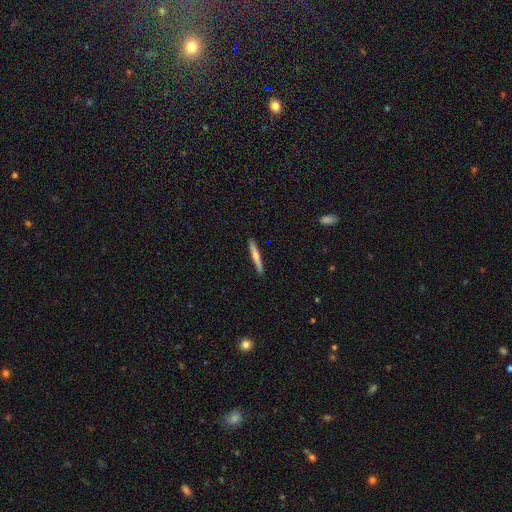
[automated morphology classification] Smooth or featured: smooth — 61% (featured or disk — 33%)
How rounded: cigar-shaped — 95% (in between — 4%)
Merging: none — 91% (minor disturbance — 7%)